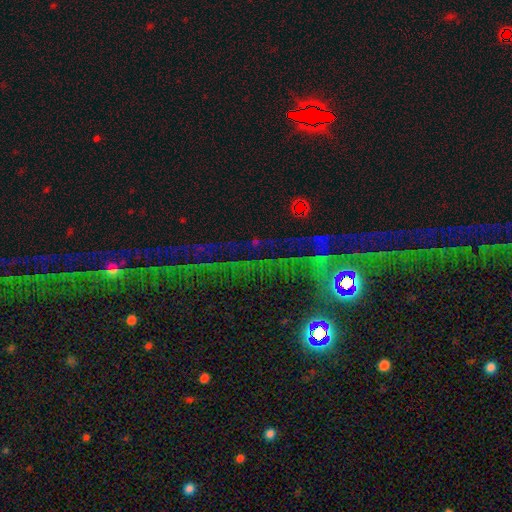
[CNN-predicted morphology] A star or artifact, not a galaxy (78%).